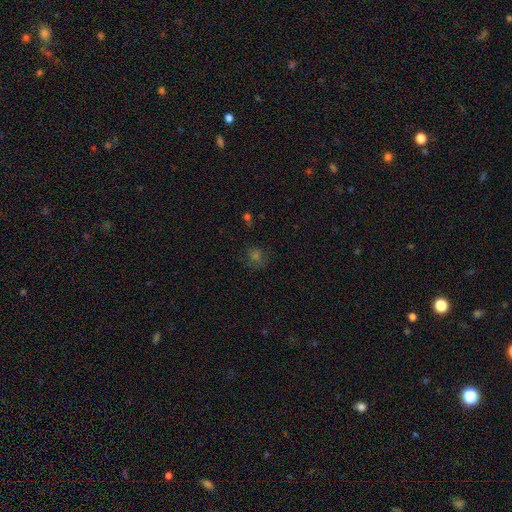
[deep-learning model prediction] This appears to be a smooth galaxy with no disk features (51%) that is round (80%). Merging: none (72%).